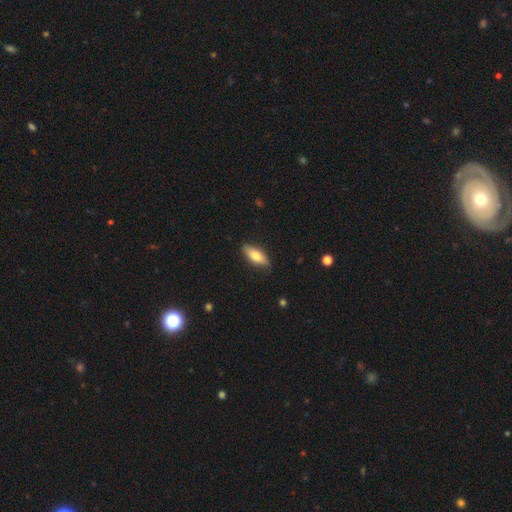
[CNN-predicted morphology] A smooth galaxy with no disk features (70%) that is in between round and cigar-shaped (72%).

Vote fractions:
- Smooth or featured? smooth: 70% / featured or disk: 24% / star or artifact: 6%
- How rounded? in between: 72% / cigar-shaped: 26% / round: 3%
- Merging? none: 86% / minor disturbance: 11% / major disturbance: 2% / merger: 1%